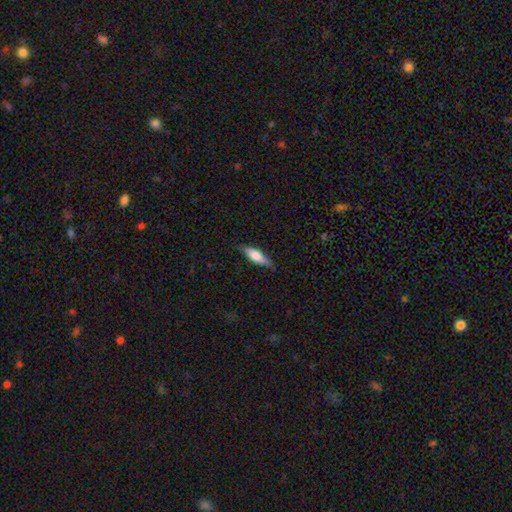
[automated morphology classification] This appears to be a smooth galaxy with no disk features (59%) that is cigar-shaped (51%). Merging: none (80%).